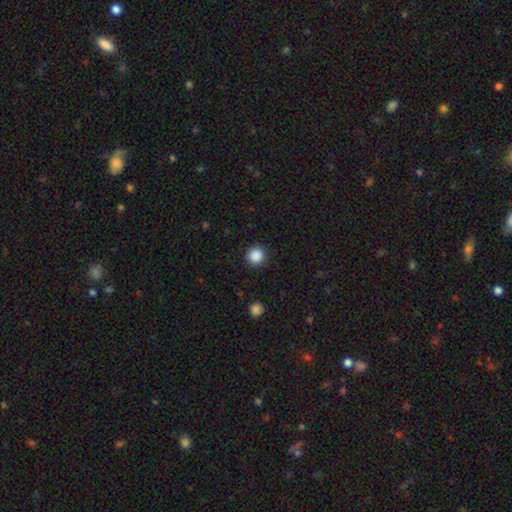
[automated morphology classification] Q: Smooth or featured?
A: smooth (88%); runner-up: star or artifact (9%)
Q: How rounded?
A: round (95%); runner-up: in between (4%)
Q: Merging?
A: none (92%); runner-up: minor disturbance (5%)